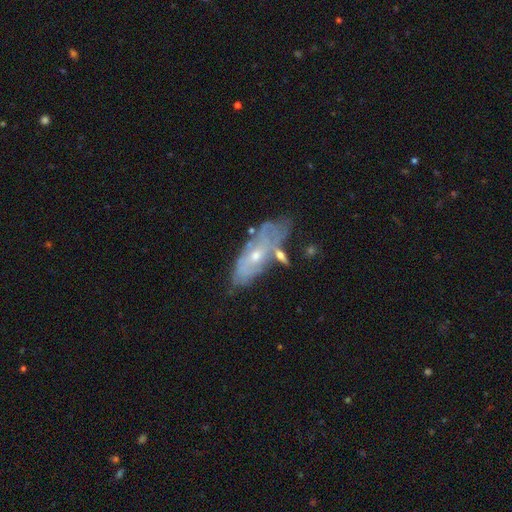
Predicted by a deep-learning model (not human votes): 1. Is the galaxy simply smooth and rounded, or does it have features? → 71% featured or disk, 21% smooth, 8% star or artifact.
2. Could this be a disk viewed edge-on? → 84% no, 16% yes.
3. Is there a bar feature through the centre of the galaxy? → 74% no, 21% weak, 5% strong.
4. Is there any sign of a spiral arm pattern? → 65% yes, 35% no.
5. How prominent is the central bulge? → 49% small, 47% moderate, 2% large, 1% none, 1% dominant.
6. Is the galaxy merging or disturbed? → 49% none, 25% minor disturbance, 14% merger, 12% major disturbance.